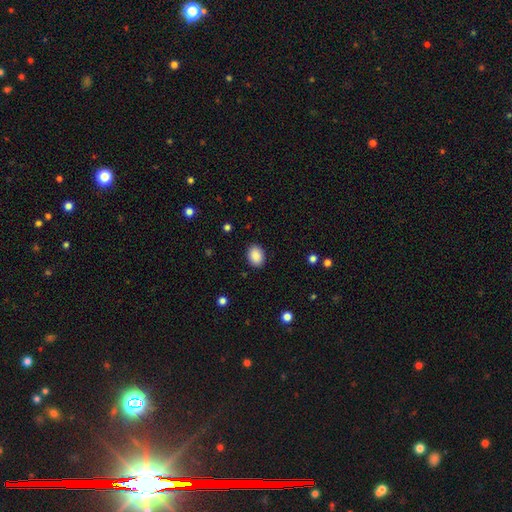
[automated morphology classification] This appears to be a smooth galaxy with no disk features (89%) that is in between round and cigar-shaped (68%). Merging: none (89%).